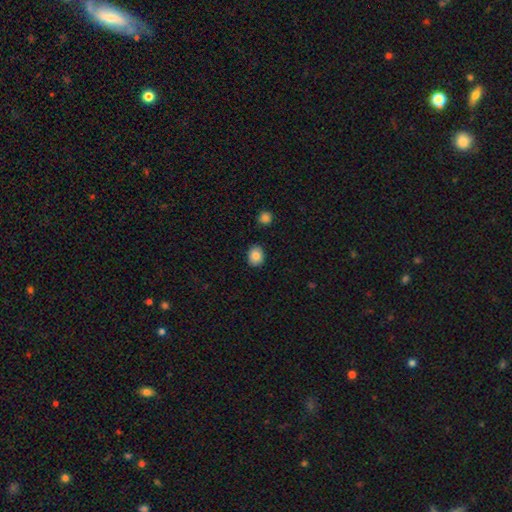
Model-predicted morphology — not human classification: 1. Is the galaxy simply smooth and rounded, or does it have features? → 85% smooth, 8% star or artifact, 6% featured or disk.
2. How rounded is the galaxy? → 54% round, 45% in between, 1% cigar-shaped.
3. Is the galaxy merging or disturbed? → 88% none, 8% minor disturbance, 2% major disturbance, 2% merger.